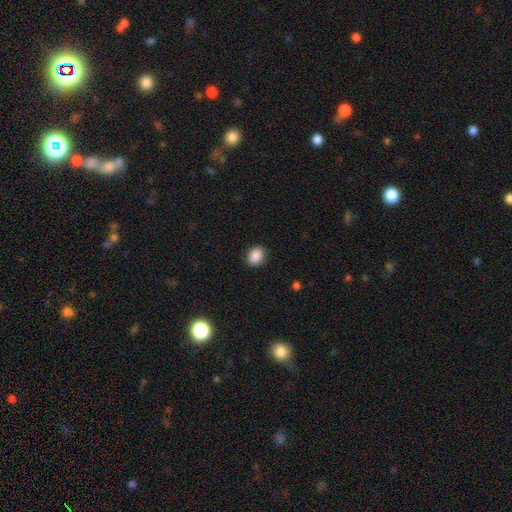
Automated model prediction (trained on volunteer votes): Overall: smooth (88%). How rounded: round (54%; in between 45%). Merging: none (88%).